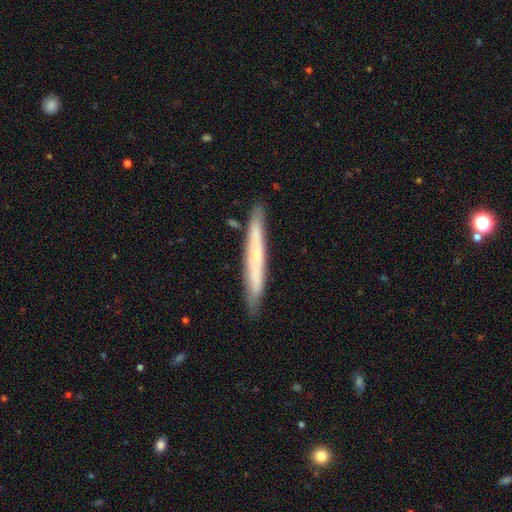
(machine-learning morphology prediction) Overall: featured or disk (54%; smooth 40%). Edge-on disk: yes (86%). Merging: none (85%).